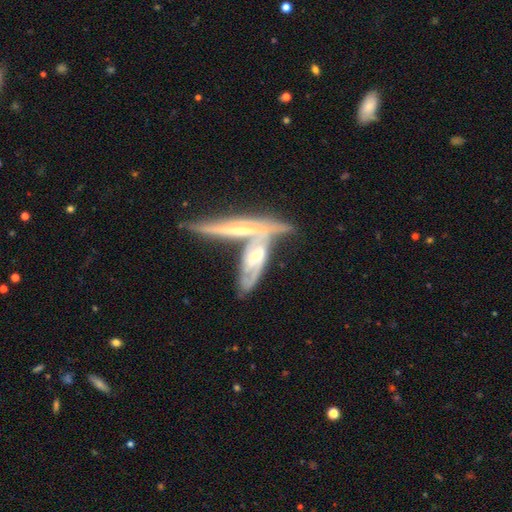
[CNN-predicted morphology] The model was most divided on "edge-on disk": yes: 51%, no: 49%. More confident: smooth or featured — featured or disk (79%); merging — merger (54%).